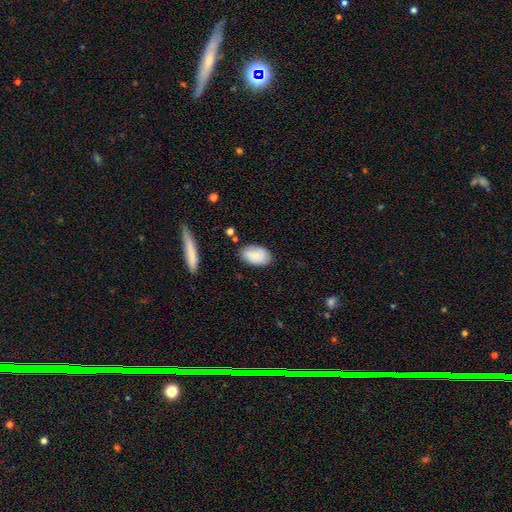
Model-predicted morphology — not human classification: A smooth galaxy with no disk features (74%) that is in between round and cigar-shaped (92%).

Vote fractions:
- Smooth or featured? smooth: 74% / featured or disk: 19% / star or artifact: 7%
- How rounded? in between: 92% / round: 6% / cigar-shaped: 2%
- Merging? none: 77% / minor disturbance: 17% / major disturbance: 4% / merger: 3%